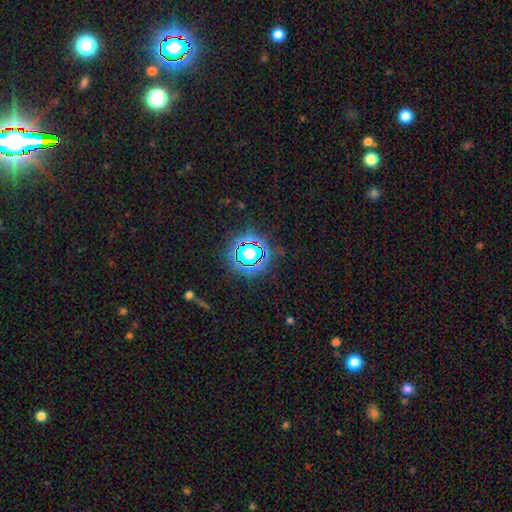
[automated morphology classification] Smooth or featured? Predicted: star or artifact (p=0.80).